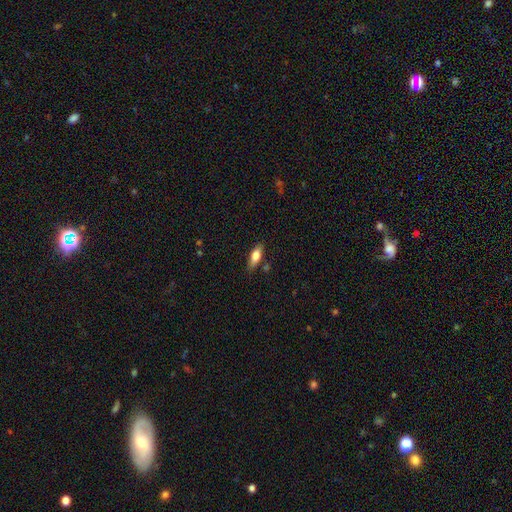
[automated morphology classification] Q: Smooth or featured?
A: smooth (70%); runner-up: featured or disk (24%)
Q: How rounded?
A: in between (66%); runner-up: cigar-shaped (31%)
Q: Merging?
A: none (80%); runner-up: minor disturbance (14%)